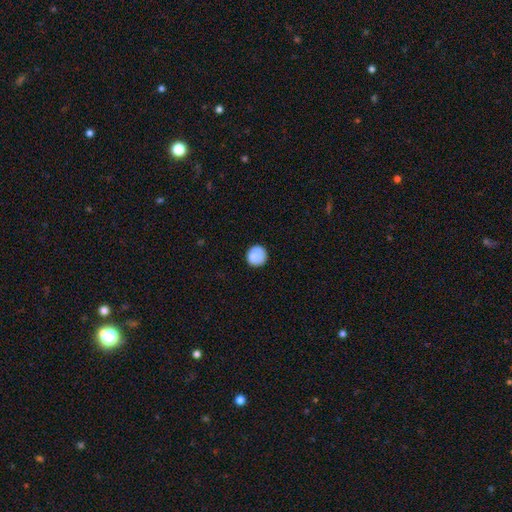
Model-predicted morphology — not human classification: Q: Smooth or featured?
A: smooth (82%); runner-up: featured or disk (11%)
Q: How rounded?
A: round (92%); runner-up: in between (7%)
Q: Merging?
A: none (82%); runner-up: minor disturbance (13%)